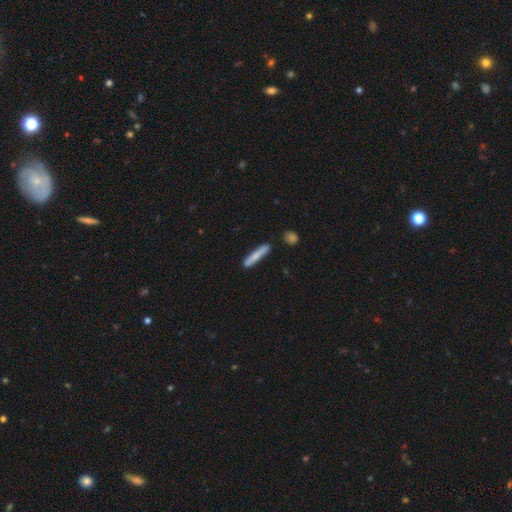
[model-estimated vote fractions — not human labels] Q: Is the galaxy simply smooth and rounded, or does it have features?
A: smooth — 70%.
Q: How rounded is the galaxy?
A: cigar-shaped — 91%.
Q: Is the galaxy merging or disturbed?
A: none — 80%.